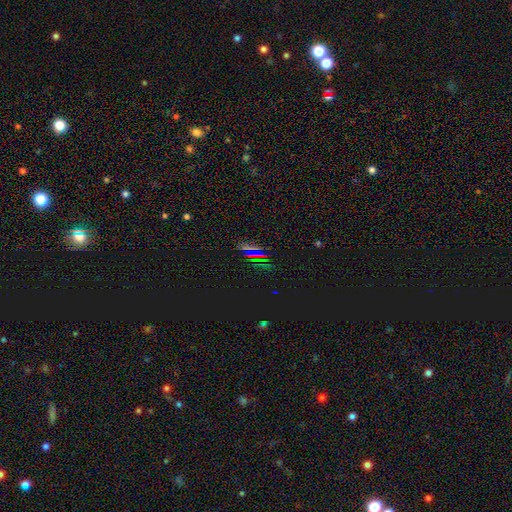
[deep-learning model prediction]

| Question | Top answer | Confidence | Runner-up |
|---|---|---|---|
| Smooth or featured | star or artifact | 66% | smooth (24%) |